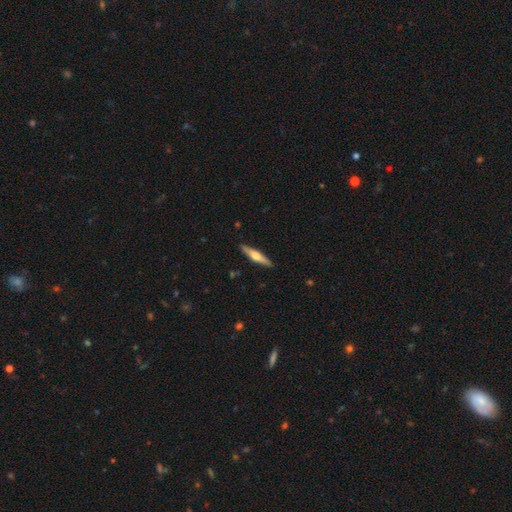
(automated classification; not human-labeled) Overall: featured or disk (57%; smooth 38%). Edge-on disk: yes (96%). Edge-on bulge: rounded (91%). Merging: none (90%).